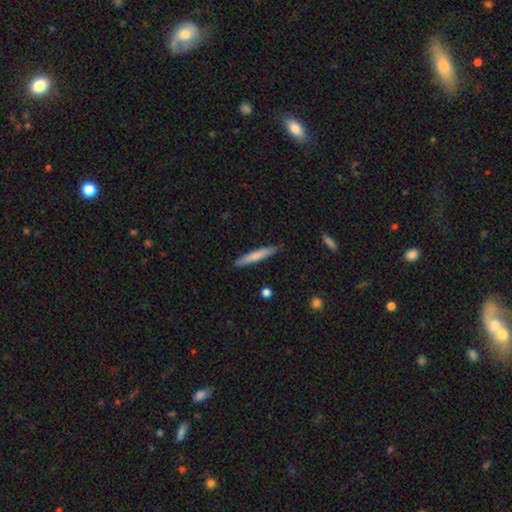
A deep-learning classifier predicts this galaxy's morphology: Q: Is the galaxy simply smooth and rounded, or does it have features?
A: smooth — 71%.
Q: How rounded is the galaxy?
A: cigar-shaped — 94%.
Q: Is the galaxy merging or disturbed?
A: none — 86%.